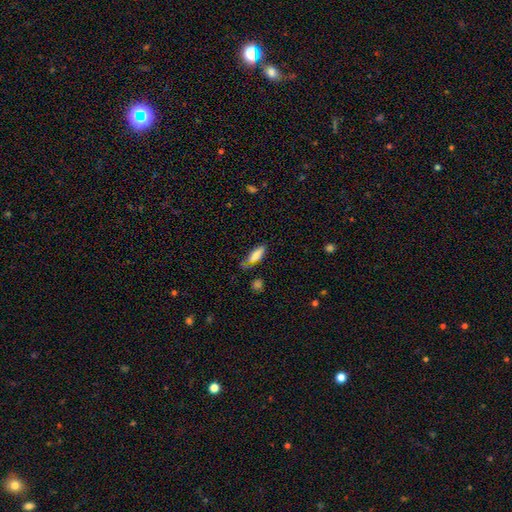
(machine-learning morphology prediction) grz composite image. It shows a smooth galaxy with no disk features (78%) that is in between round and cigar-shaped (54%). Merging: none (57%).